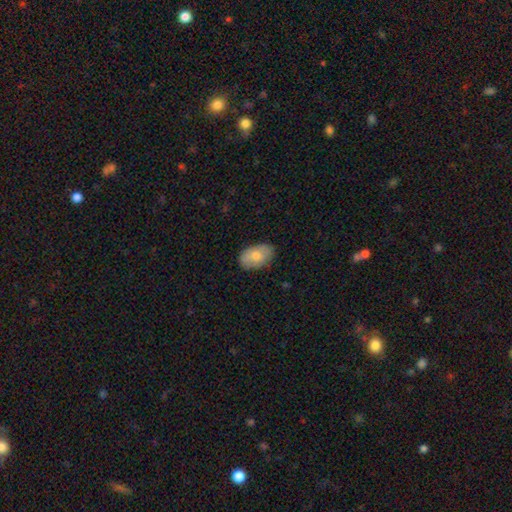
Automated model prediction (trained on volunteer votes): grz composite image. It shows a smooth galaxy with no disk features (78%) that is in between round and cigar-shaped (92%). Merging: none (82%).